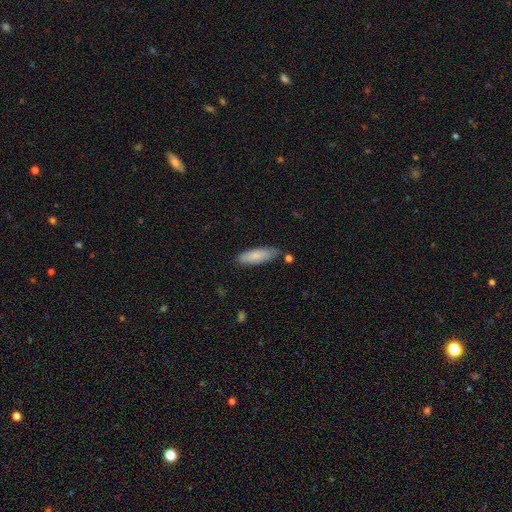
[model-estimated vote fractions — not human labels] A smooth galaxy with no disk features (82%) that is in between round and cigar-shaped (53%).

Vote fractions:
- Smooth or featured? smooth: 82% / featured or disk: 12% / star or artifact: 6%
- How rounded? in between: 53% / cigar-shaped: 46% / round: 2%
- Merging? none: 77% / minor disturbance: 16% / merger: 4% / major disturbance: 3%